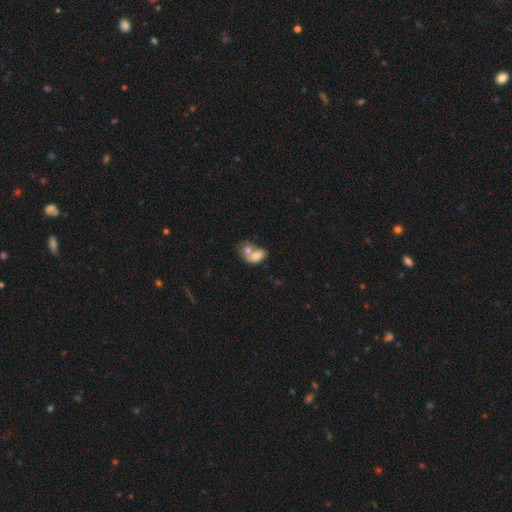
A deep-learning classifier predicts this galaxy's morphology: Smooth or featured? smooth (74%)
How rounded? in between (81%)
Merging? merger (67%)